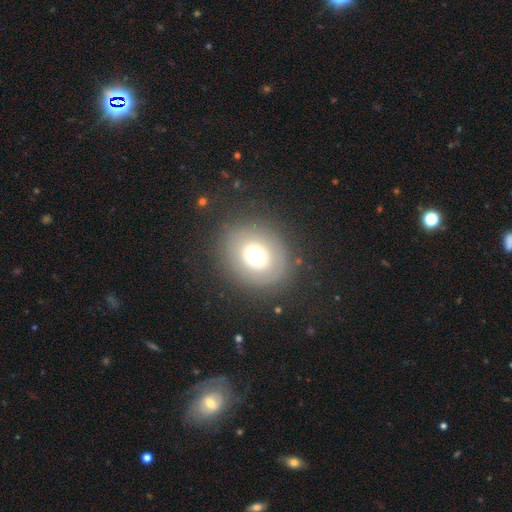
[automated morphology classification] Smooth or featured? Predicted: smooth (p=0.63). How rounded? Predicted: round (p=0.72). Merging? Predicted: none (p=0.83).